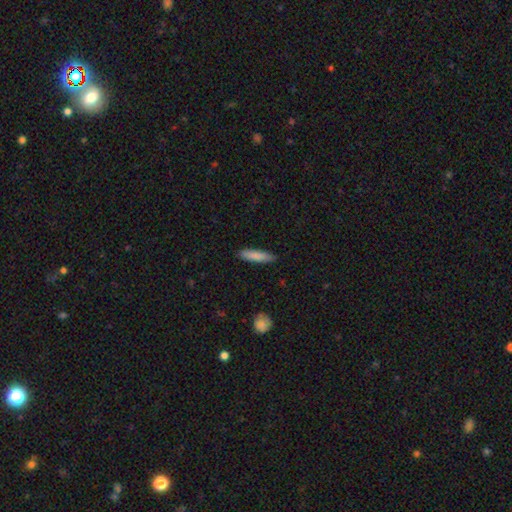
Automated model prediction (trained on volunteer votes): This is clearly a smooth galaxy (85%). How rounded: clearly cigar-shaped (81%). Merging: clearly none (89%).